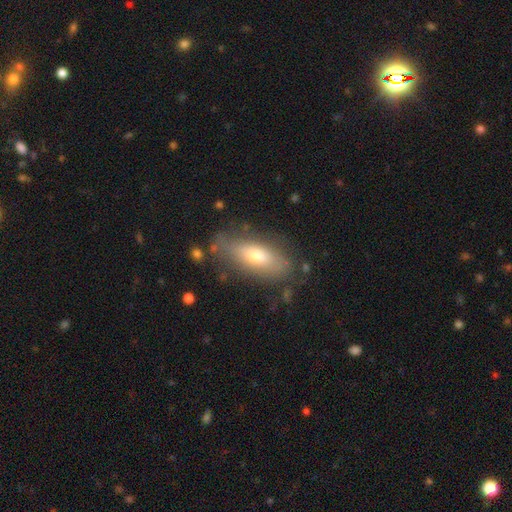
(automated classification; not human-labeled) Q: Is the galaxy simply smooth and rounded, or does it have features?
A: smooth — 64%.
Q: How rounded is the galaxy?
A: in between — 74%.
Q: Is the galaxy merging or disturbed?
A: none — 74%.